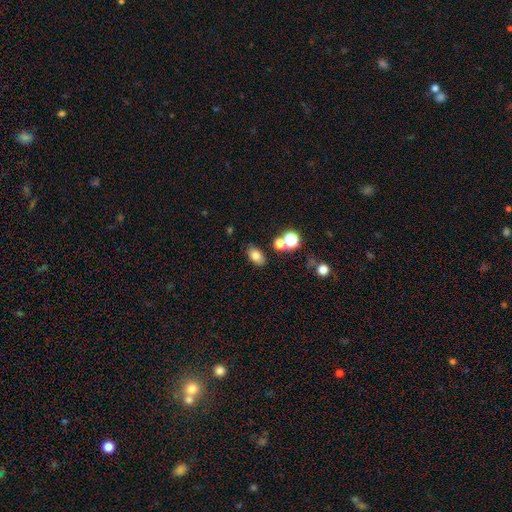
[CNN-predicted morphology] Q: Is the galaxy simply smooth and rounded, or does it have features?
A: smooth — 78%.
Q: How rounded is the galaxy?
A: in between — 84%.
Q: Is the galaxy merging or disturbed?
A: none — 77%.